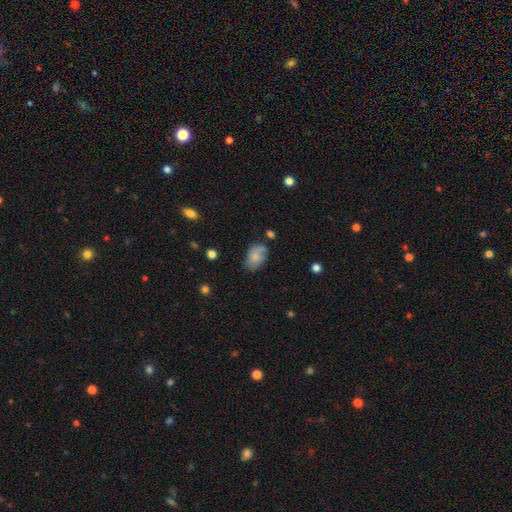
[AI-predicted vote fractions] This appears to be a smooth galaxy with no disk features (73%) that is in between round and cigar-shaped (85%). Merging: none (58%).